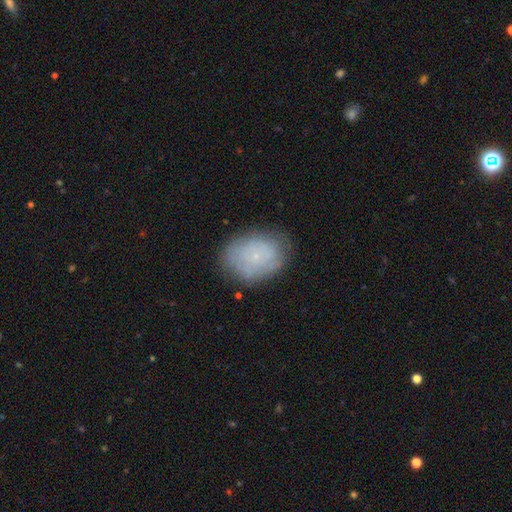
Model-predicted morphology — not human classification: Overall: smooth (52%; featured or disk 38%). How rounded: in between (63%; round 36%). Merging: none (73%).